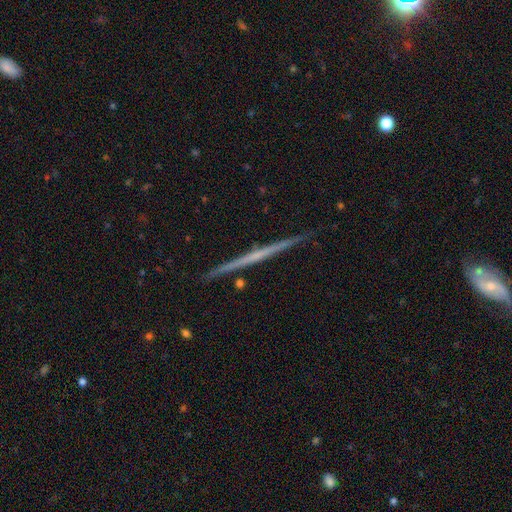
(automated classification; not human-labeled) Q: Smooth or featured?
A: featured or disk (73%); runner-up: smooth (21%)
Q: Edge-on disk?
A: yes (98%); runner-up: no (2%)
Q: Edge-on bulge?
A: none (74%); runner-up: rounded (20%)
Q: Merging?
A: none (91%); runner-up: minor disturbance (6%)